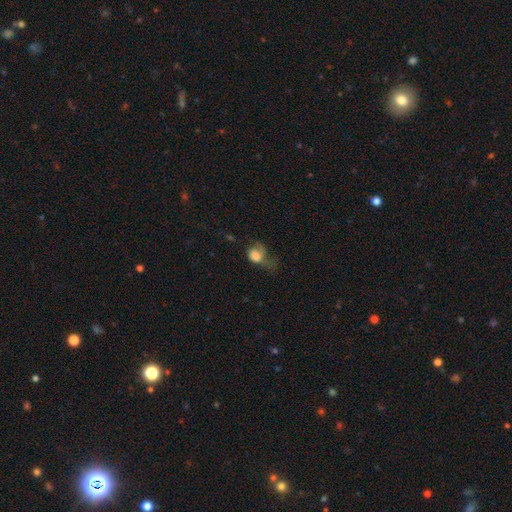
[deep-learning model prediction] A smooth galaxy with no disk features (71%) that is round (50%). Merging: major disturbance (55%).